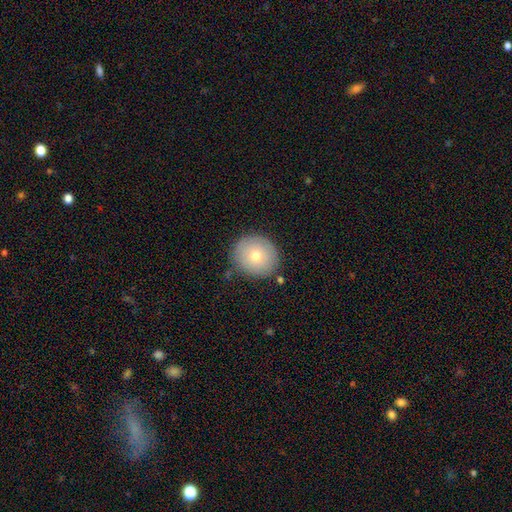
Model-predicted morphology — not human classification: smooth 73%, featured or disk 18%, star or artifact 9%. Down the decision tree: how rounded — round (86%); merging — none (82%).